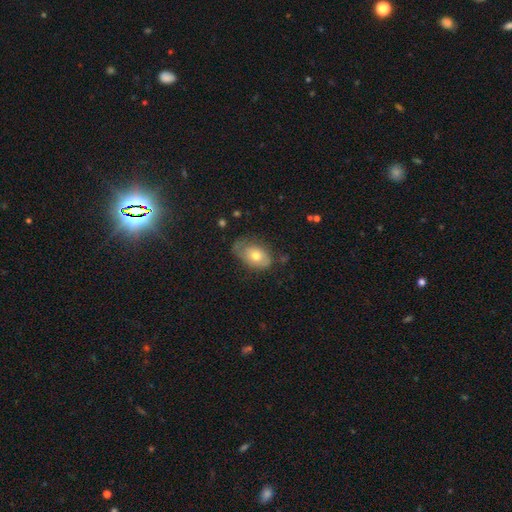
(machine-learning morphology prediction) Smooth or featured? smooth (59%)
How rounded? in between (87%)
Merging? none (52%)